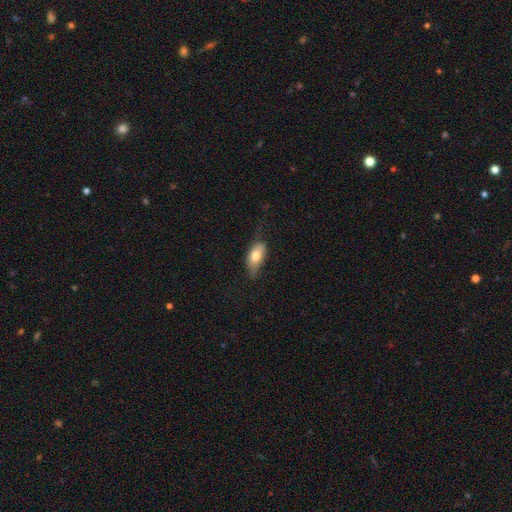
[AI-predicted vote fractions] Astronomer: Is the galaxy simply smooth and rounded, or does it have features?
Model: smooth — 71%.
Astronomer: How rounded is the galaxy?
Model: in between — 85%.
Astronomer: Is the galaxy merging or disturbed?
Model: none — 54% (runner-up: minor disturbance, 33%).